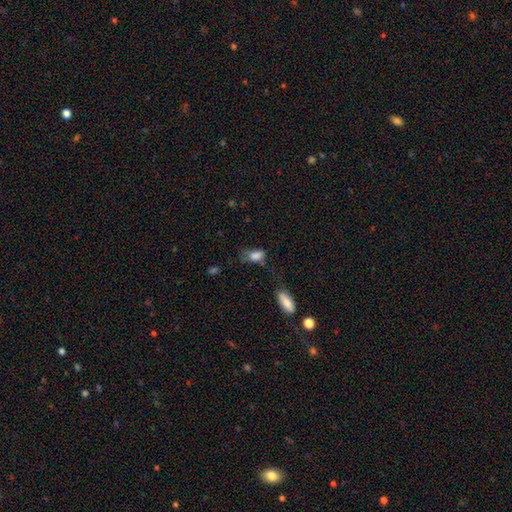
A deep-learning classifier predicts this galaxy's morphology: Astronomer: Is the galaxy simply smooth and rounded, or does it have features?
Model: smooth — 78%.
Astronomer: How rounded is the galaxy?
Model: in between — 85%.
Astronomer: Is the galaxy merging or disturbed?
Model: none — 37% (runner-up: minor disturbance, 30%).